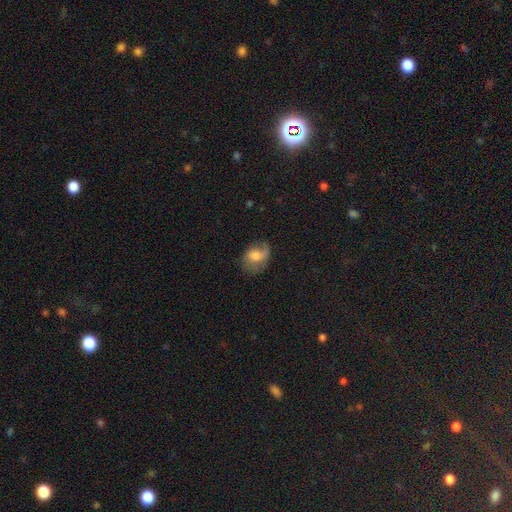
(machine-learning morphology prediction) smooth-or-featured: smooth: 49% | featured or disk: 43% | star or artifact: 9%
  merging: none: 60% | minor disturbance: 26% | major disturbance: 12% | merger: 2%